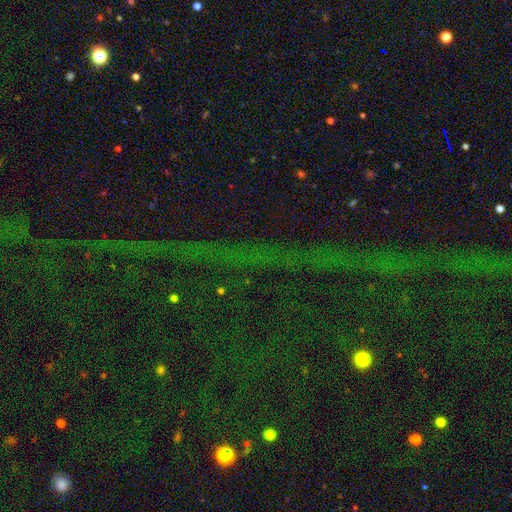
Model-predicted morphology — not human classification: smooth_or_featured: star or artifact (p=0.85) [alt: featured or disk p=0.08]